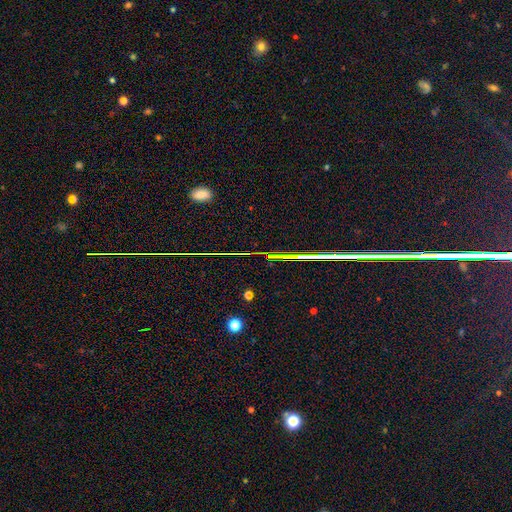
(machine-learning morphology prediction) A star or artifact, not a galaxy (85%).